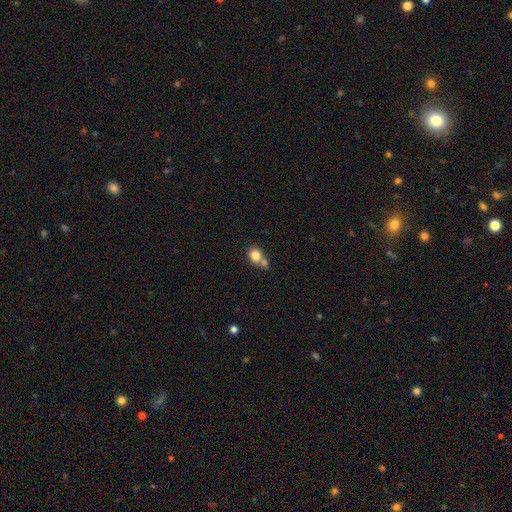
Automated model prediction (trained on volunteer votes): Q: Smooth or featured?
A: smooth (81%); runner-up: star or artifact (10%)
Q: How rounded?
A: round (68%); runner-up: in between (31%)
Q: Merging?
A: merger (49%); runner-up: none (39%)